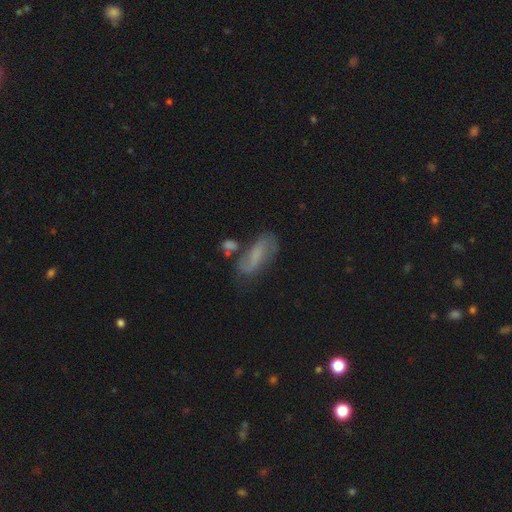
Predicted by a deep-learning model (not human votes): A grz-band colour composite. It shows a featured or disk galaxy (48%). Merging: none (50%).